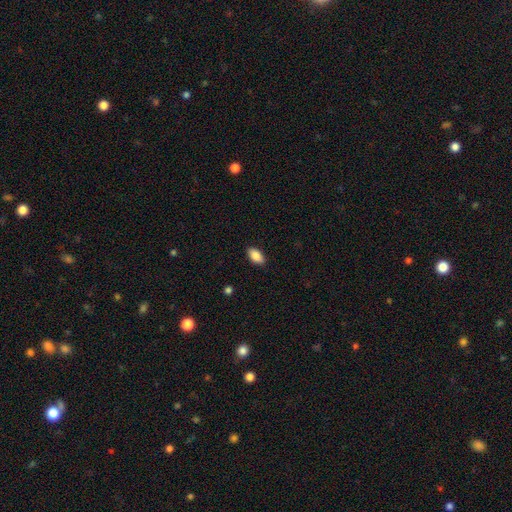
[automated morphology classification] Q: Smooth or featured?
A: smooth (88%); runner-up: star or artifact (7%)
Q: How rounded?
A: in between (93%); runner-up: round (4%)
Q: Merging?
A: none (89%); runner-up: minor disturbance (8%)